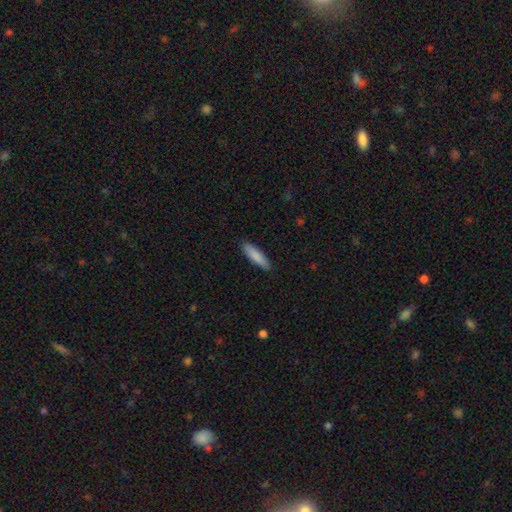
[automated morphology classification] Smooth or featured: smooth — 86% (featured or disk — 8%)
How rounded: cigar-shaped — 72% (in between — 27%)
Merging: none — 88% (minor disturbance — 9%)